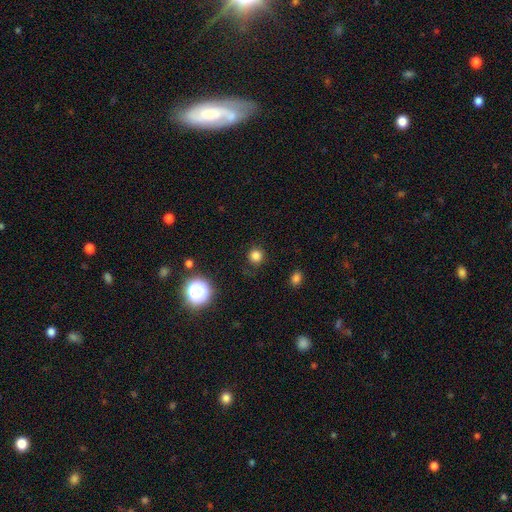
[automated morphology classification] Smooth or featured? smooth (80%)
How rounded? round (92%)
Merging? none (85%)